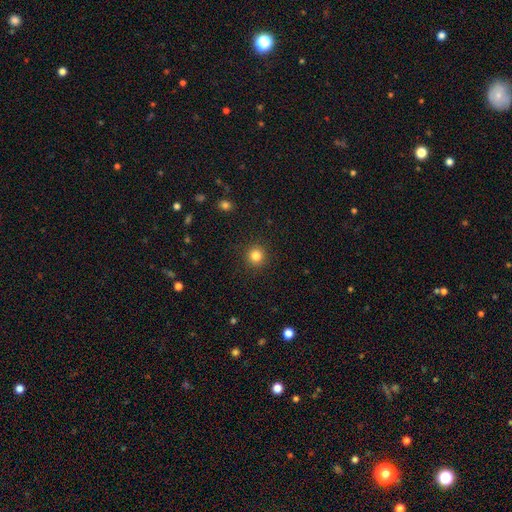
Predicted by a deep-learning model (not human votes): Smooth or featured: smooth — 83% (star or artifact — 12%)
How rounded: round — 94% (in between — 5%)
Merging: none — 92% (minor disturbance — 5%)